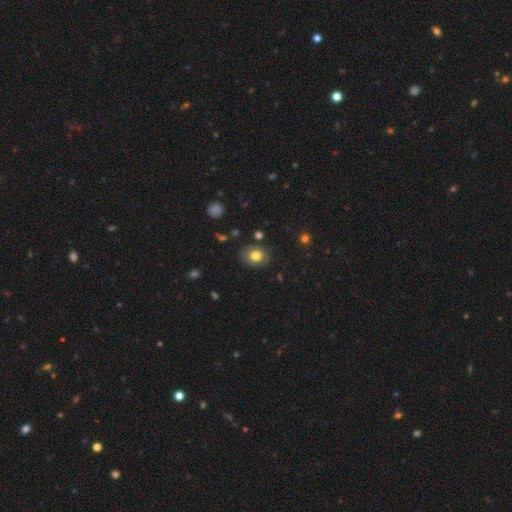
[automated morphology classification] Smooth or featured: smooth — 78% (featured or disk — 12%)
How rounded: in between — 56% (round — 44%)
Merging: none — 82% (minor disturbance — 12%)